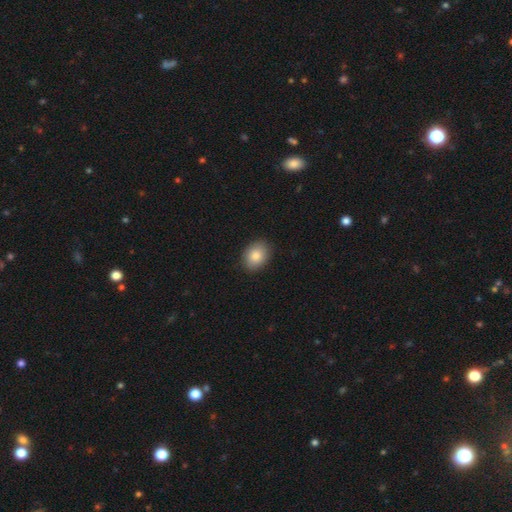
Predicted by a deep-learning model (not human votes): A smooth galaxy with no disk features (84%) that is in between round and cigar-shaped (63%).

Vote fractions:
- Smooth or featured? smooth: 84% / featured or disk: 8% / star or artifact: 8%
- How rounded? in between: 63% / round: 36% / cigar-shaped: 1%
- Merging? none: 88% / minor disturbance: 9% / major disturbance: 2% / merger: 1%